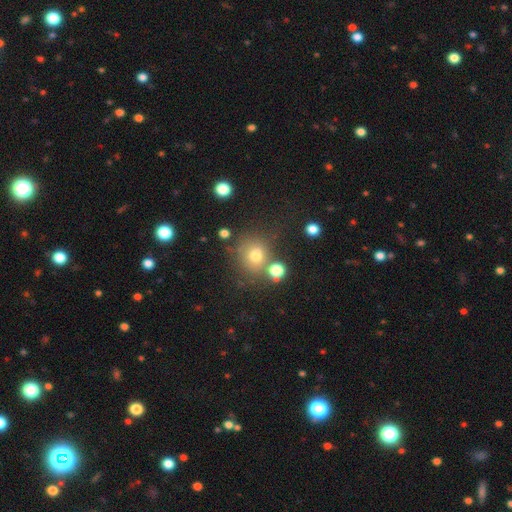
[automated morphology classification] Smooth or featured? Predicted: smooth (p=0.71). How rounded? Predicted: round (p=0.82). Merging? Predicted: none (p=0.67).